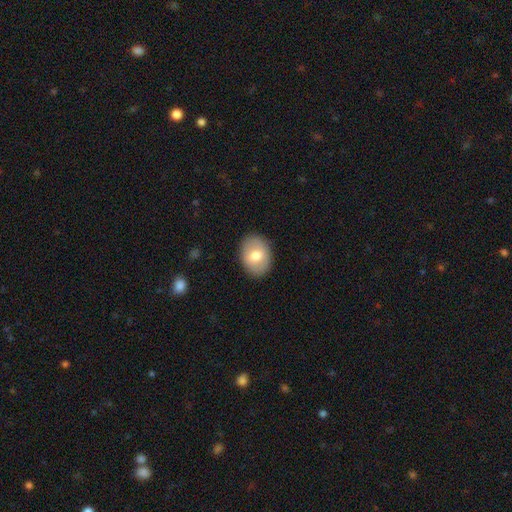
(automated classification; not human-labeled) Smooth or featured?
  - smooth: 72% *
  - featured or disk: 22%
  - star or artifact: 7%
How rounded?
  - in between: 66% *
  - round: 33%
  - cigar-shaped: 1%
Merging?
  - none: 89% *
  - minor disturbance: 8%
  - major disturbance: 2%
  - merger: 1%